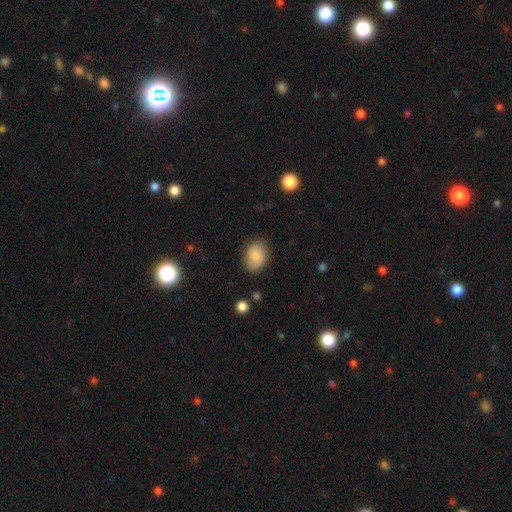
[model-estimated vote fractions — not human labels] Smooth or featured?
  - smooth: 79% *
  - featured or disk: 13%
  - star or artifact: 8%
How rounded?
  - in between: 75% *
  - round: 24%
  - cigar-shaped: 1%
Merging?
  - none: 80% *
  - minor disturbance: 15%
  - major disturbance: 4%
  - merger: 1%